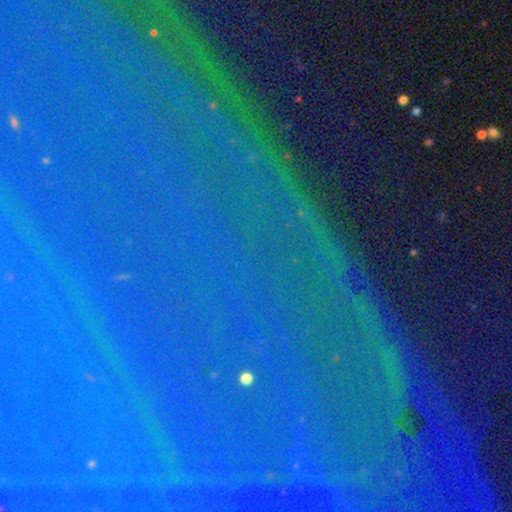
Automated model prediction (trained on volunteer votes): This appears to be a star or artifact, not a galaxy (84%).